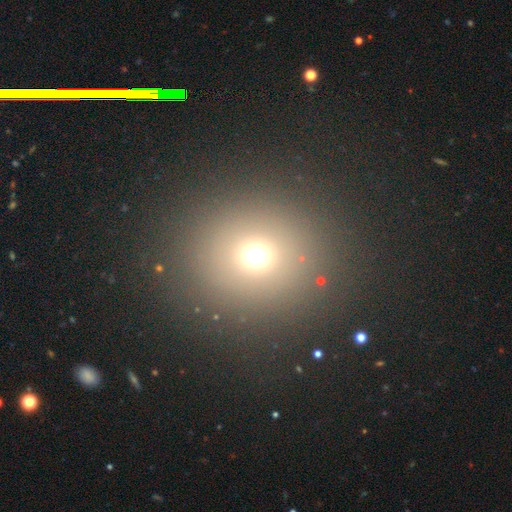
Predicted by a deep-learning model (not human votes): Smooth or featured: smooth — 66% (star or artifact — 24%)
How rounded: round — 87% (in between — 12%)
Merging: none — 86% (minor disturbance — 7%)